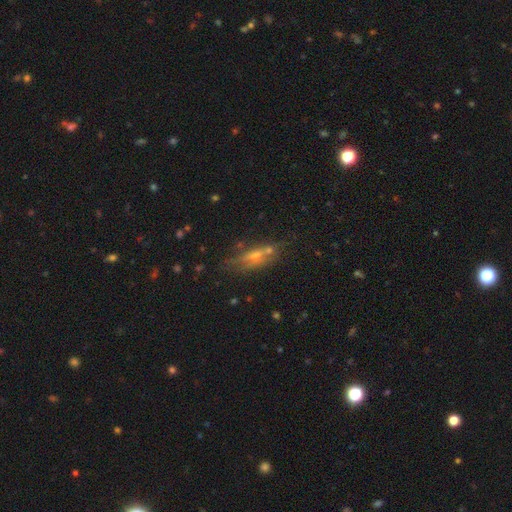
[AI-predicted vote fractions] smooth 40%, featured or disk 39%, star or artifact 21%. Down the decision tree: merging — none (62%).